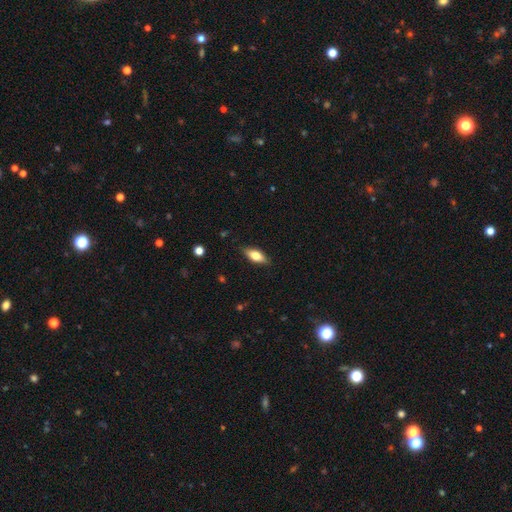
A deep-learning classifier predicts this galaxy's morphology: smooth_or_featured: smooth (p=0.69) [alt: featured or disk p=0.24]
how_rounded: in between (p=0.78) [alt: cigar-shaped p=0.19]
merging: none (p=0.85) [alt: minor disturbance p=0.11]